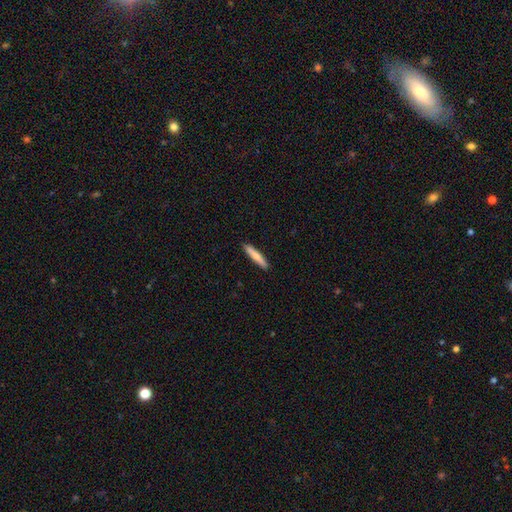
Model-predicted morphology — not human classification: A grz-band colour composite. It shows a smooth galaxy with no disk features (69%) that is cigar-shaped (92%). Merging: none (91%).